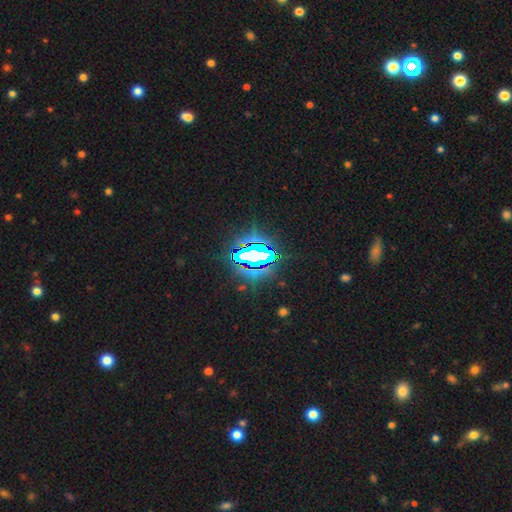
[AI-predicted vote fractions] Smooth or featured: star or artifact — 74% (smooth — 13%)